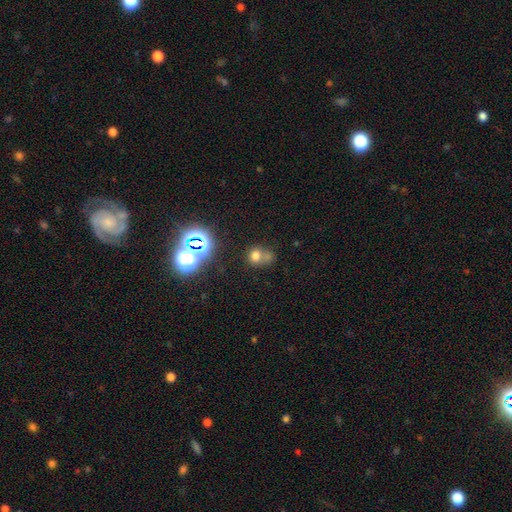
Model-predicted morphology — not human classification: This appears to be a smooth galaxy with no disk features (65%) that is round (72%). Merging: merger (41%).